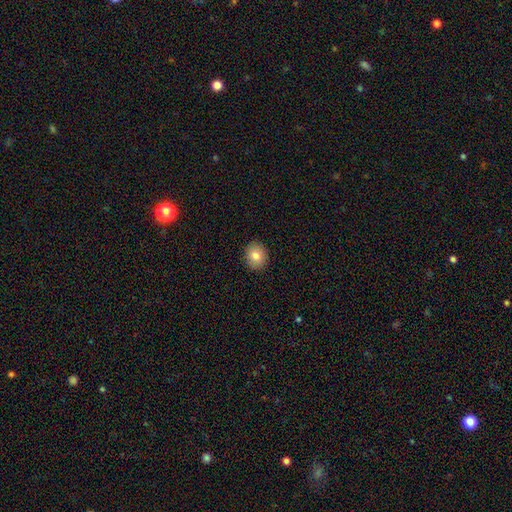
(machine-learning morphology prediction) smooth-or-featured: smooth: 81% | featured or disk: 10% | star or artifact: 9%
  how-rounded: round: 67% | in between: 32% | cigar-shaped: 1%
  merging: none: 91% | minor disturbance: 6% | major disturbance: 2% | merger: 1%